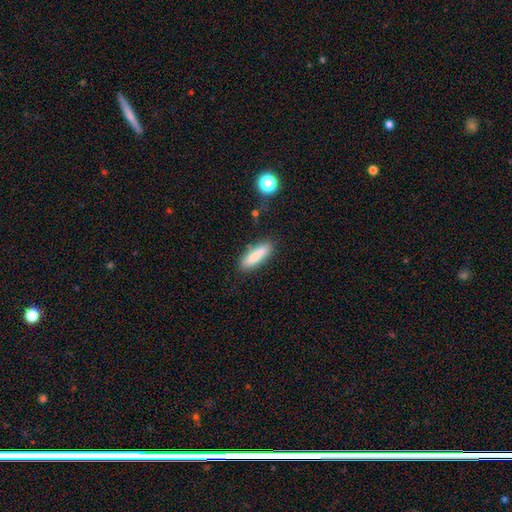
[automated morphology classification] Smooth or featured: smooth — 83% (featured or disk — 10%)
How rounded: cigar-shaped — 60% (in between — 38%)
Merging: none — 81% (minor disturbance — 13%)